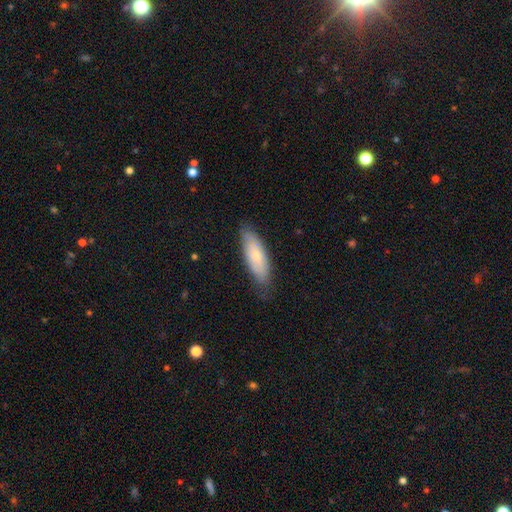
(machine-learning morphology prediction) A smooth galaxy with no disk features (66%) that is in between round and cigar-shaped (59%).

Vote fractions:
- Smooth or featured? smooth: 66% / featured or disk: 28% / star or artifact: 6%
- How rounded? in between: 59% / cigar-shaped: 39% / round: 2%
- Merging? none: 77% / minor disturbance: 19% / major disturbance: 3% / merger: 1%